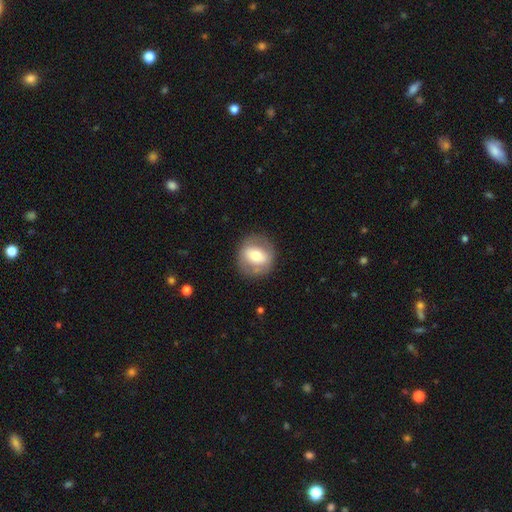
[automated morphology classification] smooth-or-featured: smooth: 57% | featured or disk: 36% | star or artifact: 7%
  how-rounded: round: 78% | in between: 21% | cigar-shaped: 1%
  merging: none: 82% | minor disturbance: 12% | major disturbance: 5% | merger: 1%